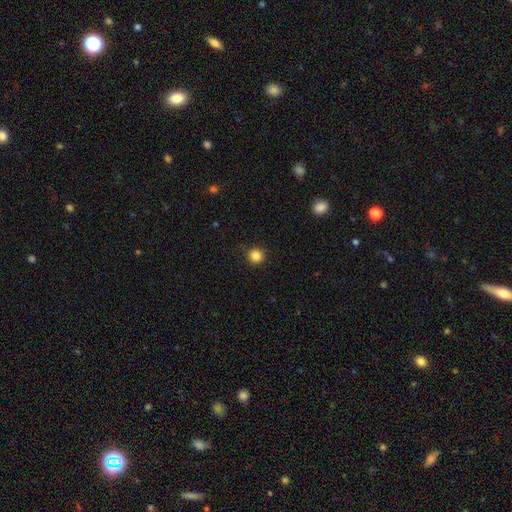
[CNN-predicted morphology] Overall: smooth (85%). How rounded: round (95%). Merging: none (90%).